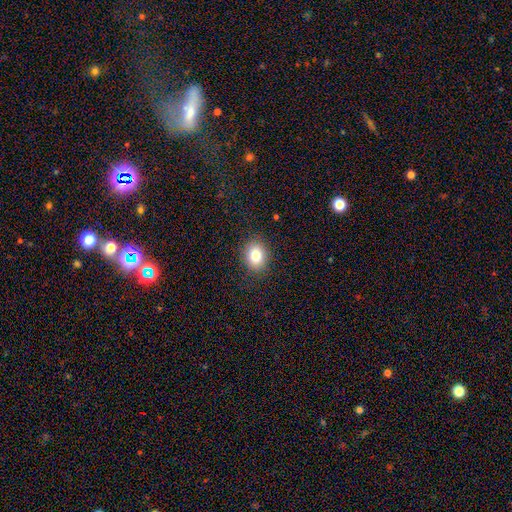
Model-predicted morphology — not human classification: Overall: smooth (81%). How rounded: round (54%; in between 45%). Merging: none (87%).